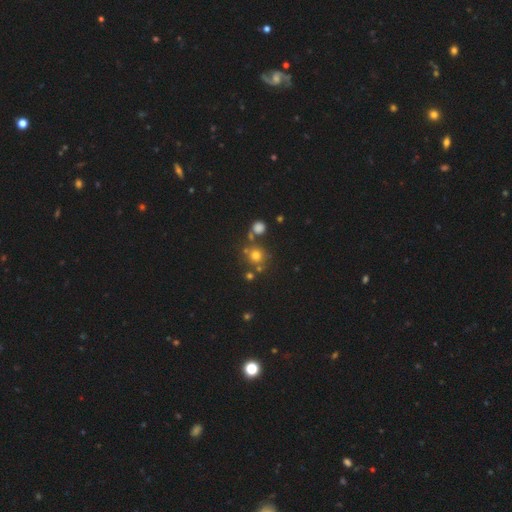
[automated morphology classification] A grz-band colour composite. It shows a smooth galaxy with no disk features (69%) that is round (90%). Merging: none (70%).